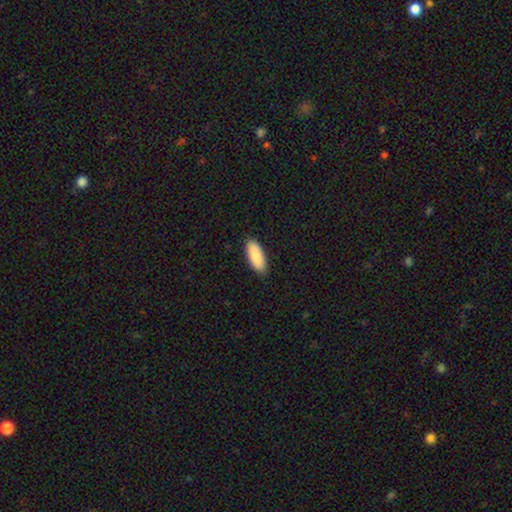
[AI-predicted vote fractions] Morphology: type=smooth (90%); roundness=in between (78%); merging=none (89%).